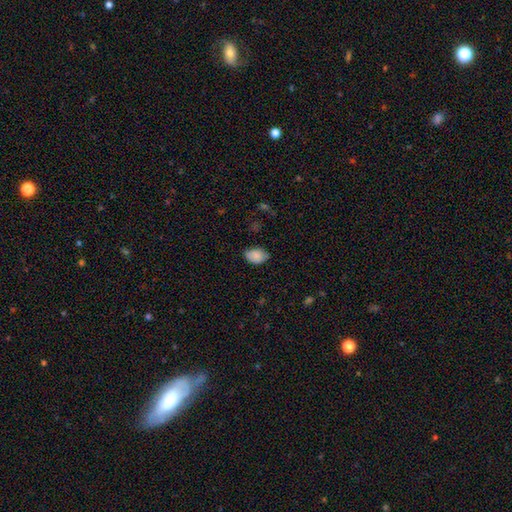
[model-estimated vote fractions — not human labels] Q: Smooth or featured?
A: smooth (85%); runner-up: star or artifact (8%)
Q: How rounded?
A: in between (82%); runner-up: round (17%)
Q: Merging?
A: none (68%); runner-up: minor disturbance (26%)